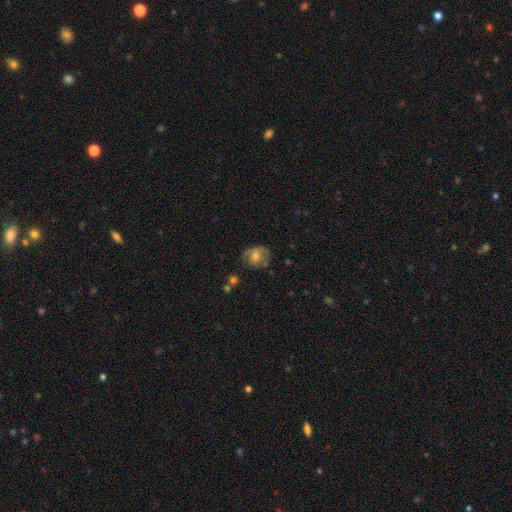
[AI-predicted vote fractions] Overall: smooth (61%; featured or disk 29%). How rounded: round (61%; in between 38%). Merging: none (56%; minor disturbance 28%).